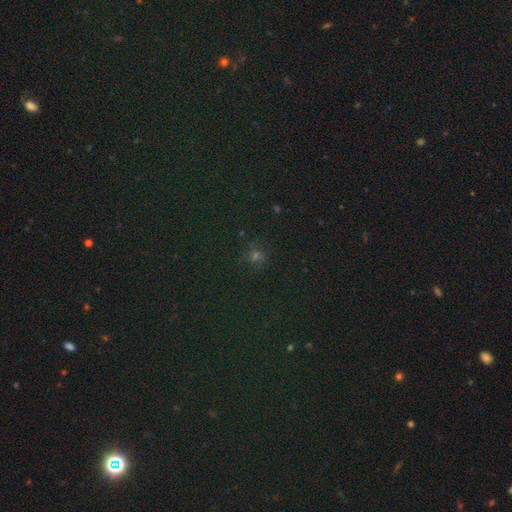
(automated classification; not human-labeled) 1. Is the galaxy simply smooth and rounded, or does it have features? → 46% smooth, 45% star or artifact, 9% featured or disk.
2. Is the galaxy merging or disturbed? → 81% none, 12% minor disturbance, 4% major disturbance, 3% merger.